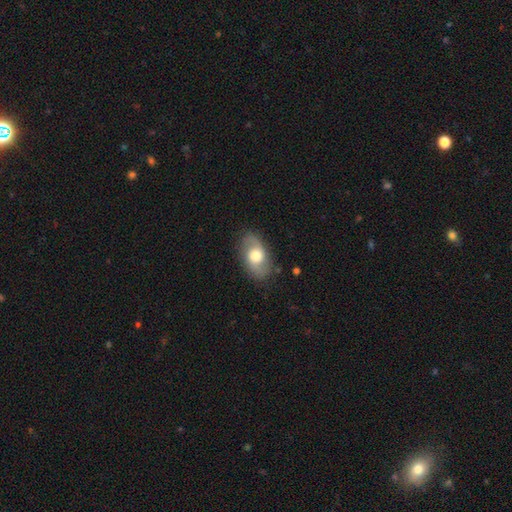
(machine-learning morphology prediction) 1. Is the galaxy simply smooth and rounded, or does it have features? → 50% featured or disk, 43% smooth, 6% star or artifact.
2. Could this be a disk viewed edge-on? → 92% no, 8% yes.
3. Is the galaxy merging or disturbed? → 81% none, 14% minor disturbance, 4% major disturbance, 1% merger.